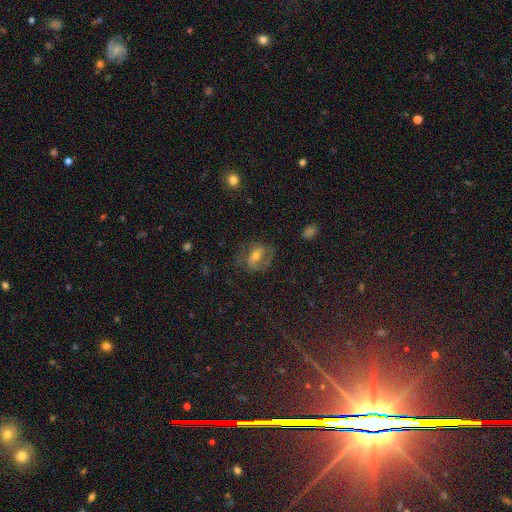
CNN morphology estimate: This is possibly a featured or disk galaxy (54%). It is clearly not viewed edge-on (94%). Bar: marginally weak (38%). Spiral arm pattern: likely yes (72%). Central bulge: likely moderate (61%). Merging: likely none (63%).